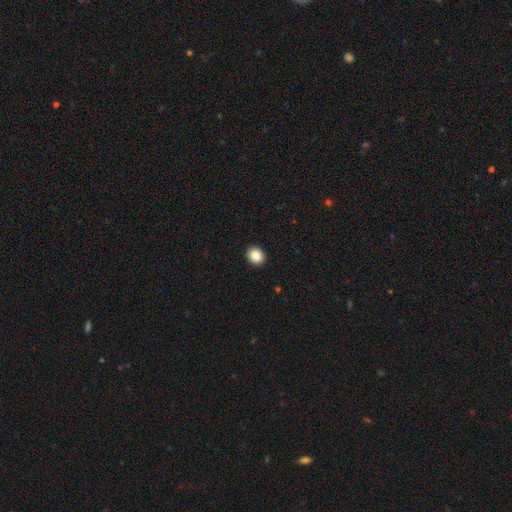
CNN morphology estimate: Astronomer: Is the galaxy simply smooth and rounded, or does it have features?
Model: smooth — 86%.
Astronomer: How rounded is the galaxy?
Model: round — 75%.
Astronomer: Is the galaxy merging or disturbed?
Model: none — 93%.